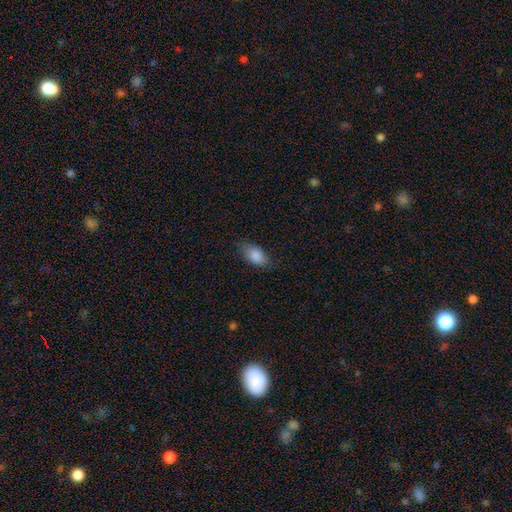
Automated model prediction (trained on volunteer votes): Smooth or featured: smooth — 87% (star or artifact — 7%)
How rounded: in between — 91% (cigar-shaped — 5%)
Merging: none — 79% (minor disturbance — 16%)